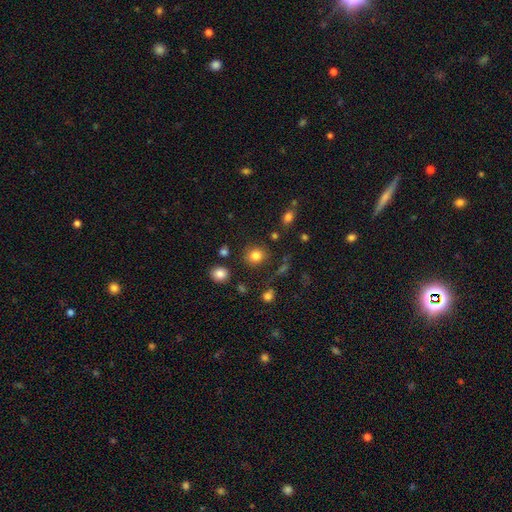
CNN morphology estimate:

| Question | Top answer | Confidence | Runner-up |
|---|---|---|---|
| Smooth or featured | smooth | 82% | star or artifact (12%) |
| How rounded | round | 80% | in between (19%) |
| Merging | none | 83% | minor disturbance (10%) |